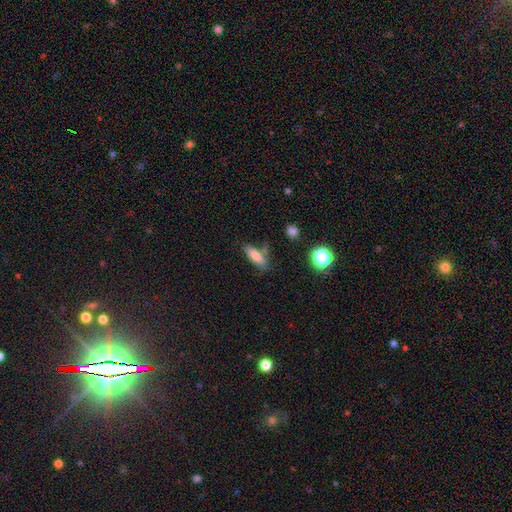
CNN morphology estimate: smooth 76%, featured or disk 14%, star or artifact 10%. Down the decision tree: how rounded — in between (52%); merging — none (65%).